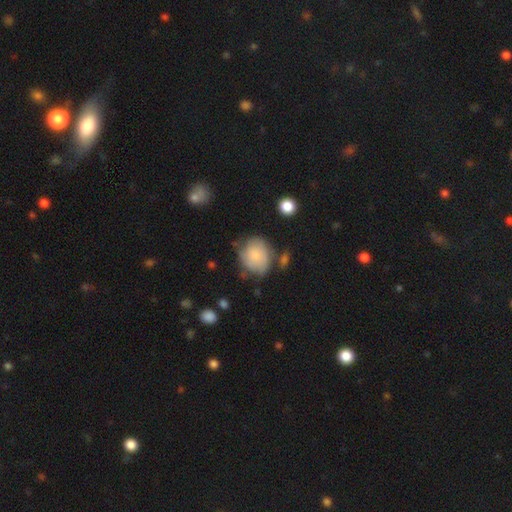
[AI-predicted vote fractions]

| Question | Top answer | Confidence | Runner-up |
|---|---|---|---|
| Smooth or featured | smooth | 72% | featured or disk (21%) |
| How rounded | round | 64% | in between (35%) |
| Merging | none | 53% | minor disturbance (29%) |